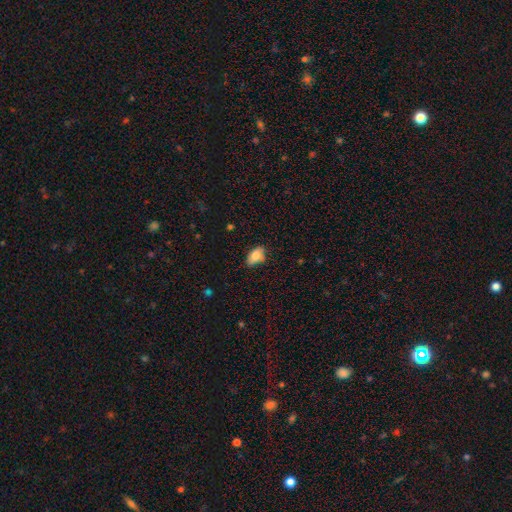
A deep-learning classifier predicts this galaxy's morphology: Overall: smooth (82%). How rounded: in between (90%). Merging: none (67%; minor disturbance 27%).